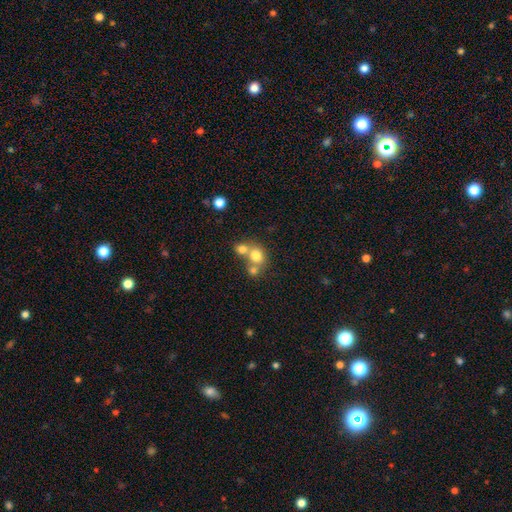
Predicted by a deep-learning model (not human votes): This appears to be a smooth galaxy with no disk features (73%) that is round (79%). Merging: merger (53%).